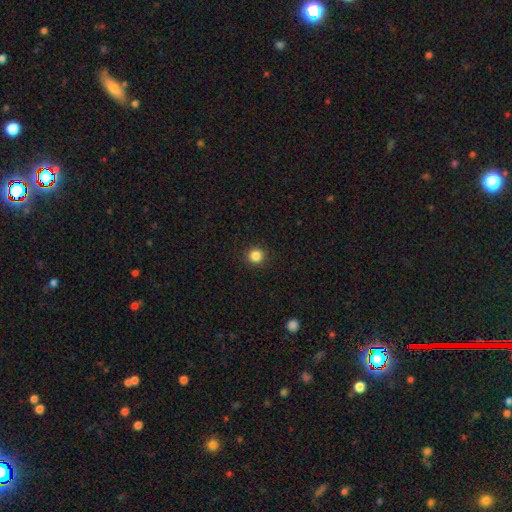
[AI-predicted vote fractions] Smooth or featured? smooth (85%)
How rounded? round (95%)
Merging? none (92%)